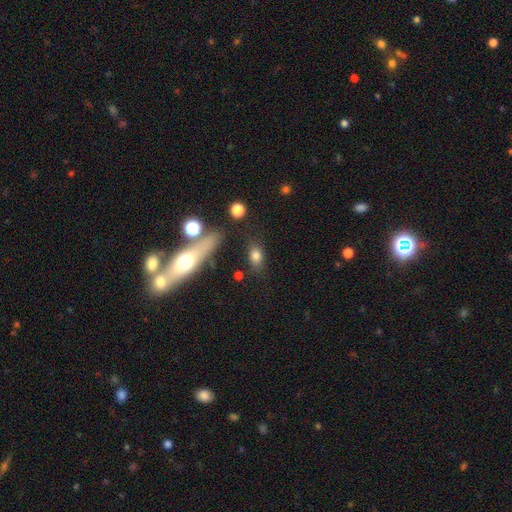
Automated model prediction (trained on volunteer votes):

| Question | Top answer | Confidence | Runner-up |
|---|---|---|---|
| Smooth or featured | smooth | 77% | featured or disk (11%) |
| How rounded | in between | 73% | round (19%) |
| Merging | none | 76% | minor disturbance (14%) |